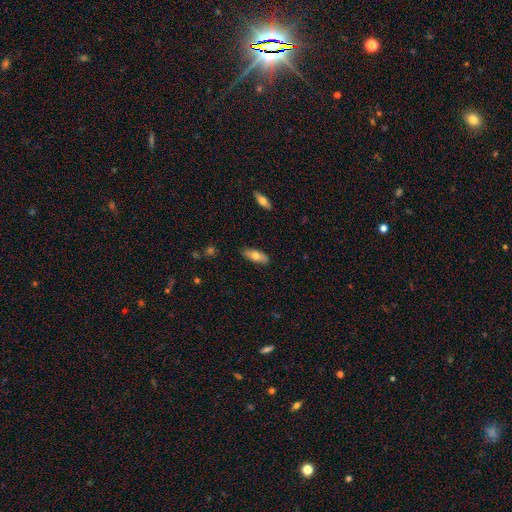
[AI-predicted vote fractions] Smooth or featured: smooth — 69% (featured or disk — 25%)
How rounded: in between — 69% (cigar-shaped — 29%)
Merging: none — 85% (minor disturbance — 12%)